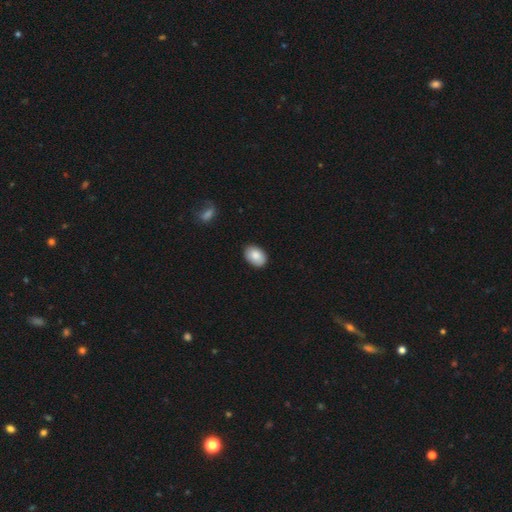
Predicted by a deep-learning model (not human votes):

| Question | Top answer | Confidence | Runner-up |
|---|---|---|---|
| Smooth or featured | smooth | 86% | featured or disk (7%) |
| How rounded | in between | 85% | round (14%) |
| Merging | none | 87% | minor disturbance (10%) |